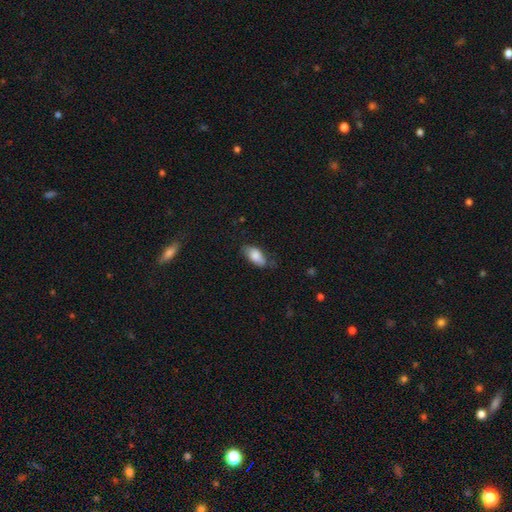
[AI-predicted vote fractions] Smooth or featured: smooth — 82% (featured or disk — 12%)
How rounded: in between — 89% (cigar-shaped — 7%)
Merging: none — 62% (minor disturbance — 29%)